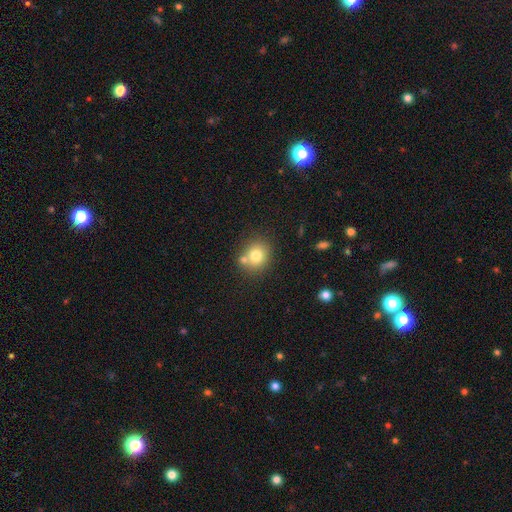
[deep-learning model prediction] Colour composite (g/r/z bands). It shows a smooth galaxy with no disk features (77%) that is round (80%). Merging: none (64%).